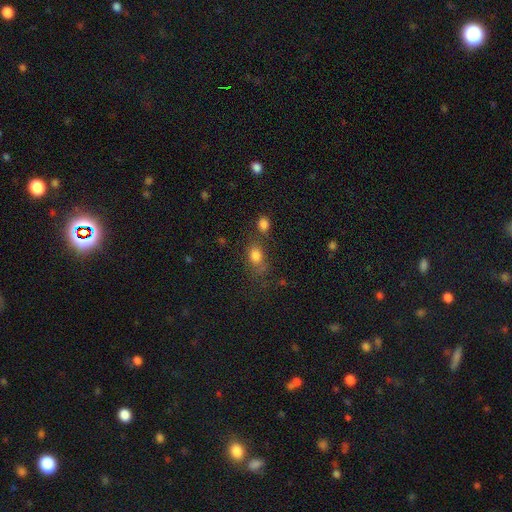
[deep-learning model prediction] smooth_or_featured: smooth (p=0.80) [alt: star or artifact p=0.12]
how_rounded: in between (p=0.68) [alt: round p=0.29]
merging: none (p=0.52) [alt: merger p=0.20]